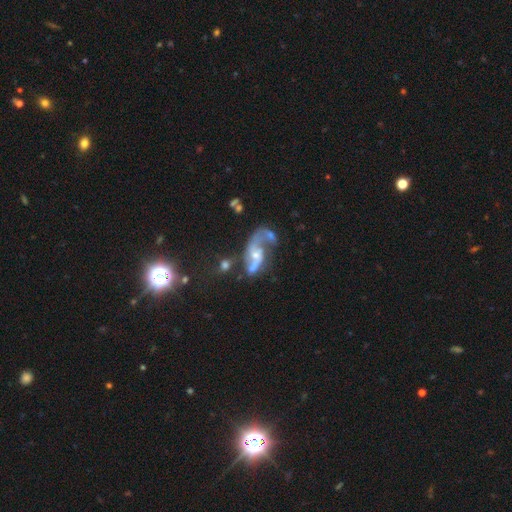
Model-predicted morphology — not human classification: A featured or disk galaxy (76%) with no bar (57%), 2 (68%) loose (68%) spiral arms (81%) and a small central bulge (47%).

Vote fractions:
- Smooth or featured? featured or disk: 76% / smooth: 14% / star or artifact: 10%
- Edge-on disk? no: 96% / yes: 4%
- Bar? no: 57% / weak: 34% / strong: 9%
- Spiral arms? yes: 81% / no: 19%
- Spiral winding? loose: 68% / medium: 25% / tight: 7%
- Spiral arm count? 2: 68% / 1: 20% / can't tell: 8% / 3: 2% / 4: 1% / more than 4: 1%
- Bulge size? small: 47% / moderate: 37% / none: 11% / large: 4% / dominant: 1%
- Merging? major disturbance: 30% / merger: 29% / none: 26% / minor disturbance: 15%